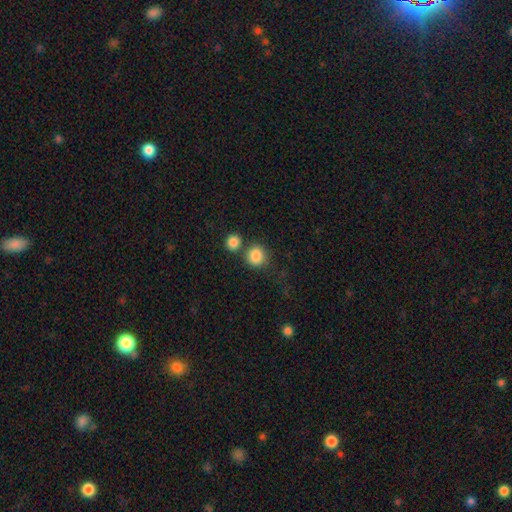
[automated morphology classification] This appears to be a smooth galaxy with no disk features (86%) that is round (84%). Merging: none (63%).